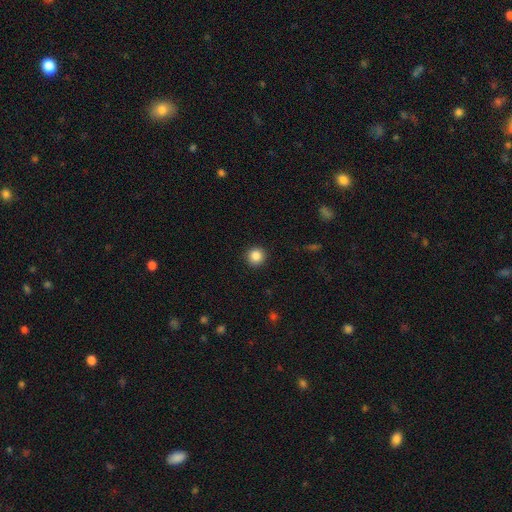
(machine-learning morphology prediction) Smooth or featured?
  - smooth: 86% *
  - star or artifact: 10%
  - featured or disk: 4%
How rounded?
  - round: 94% *
  - in between: 5%
  - cigar-shaped: 1%
Merging?
  - none: 92% *
  - minor disturbance: 5%
  - major disturbance: 2%
  - merger: 1%